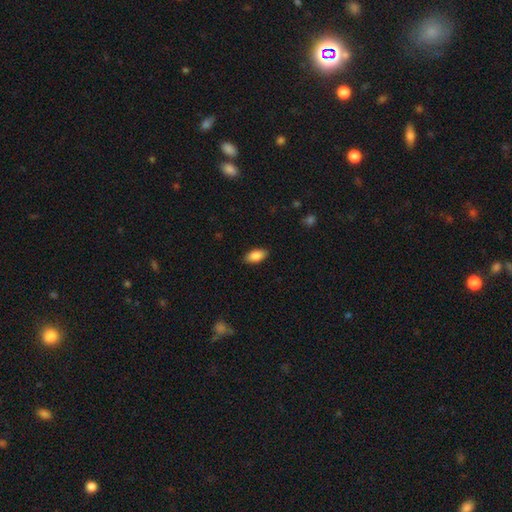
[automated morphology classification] smooth_or_featured: smooth (p=0.87) [alt: star or artifact p=0.07]
how_rounded: in between (p=0.92) [alt: cigar-shaped p=0.05]
merging: none (p=0.87) [alt: minor disturbance p=0.10]